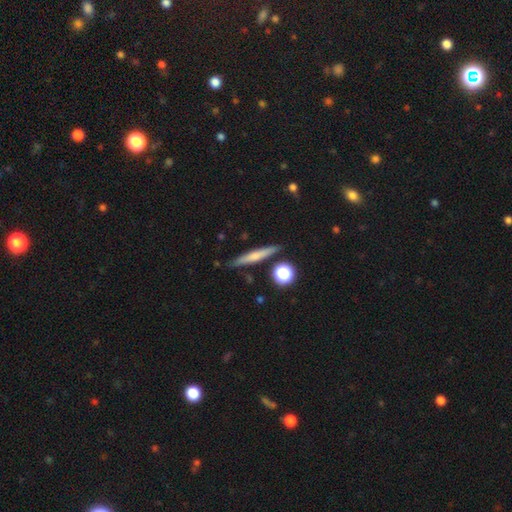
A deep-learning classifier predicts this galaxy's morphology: Smooth or featured? Predicted: smooth (p=0.54). How rounded? Predicted: cigar-shaped (p=0.88). Merging? Predicted: none (p=0.85).